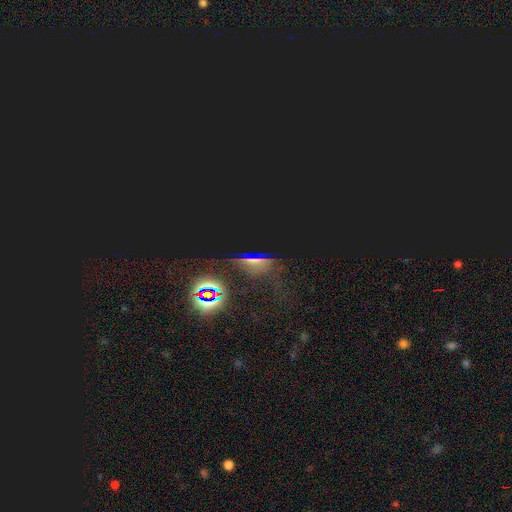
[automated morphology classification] type=star or artifact (72%).